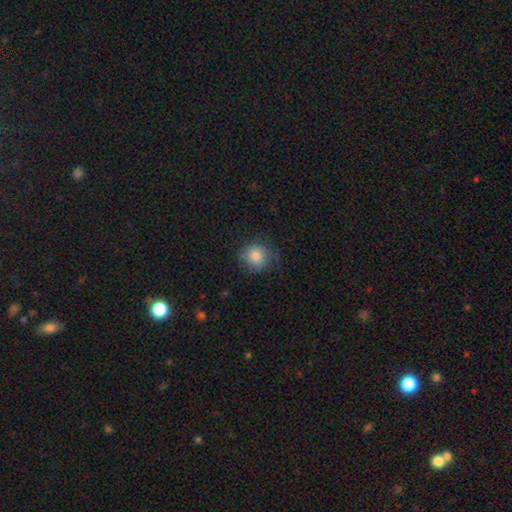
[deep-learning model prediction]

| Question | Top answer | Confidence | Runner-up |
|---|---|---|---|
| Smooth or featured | smooth | 83% | featured or disk (8%) |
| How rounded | round | 87% | in between (12%) |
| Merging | none | 72% | minor disturbance (21%) |